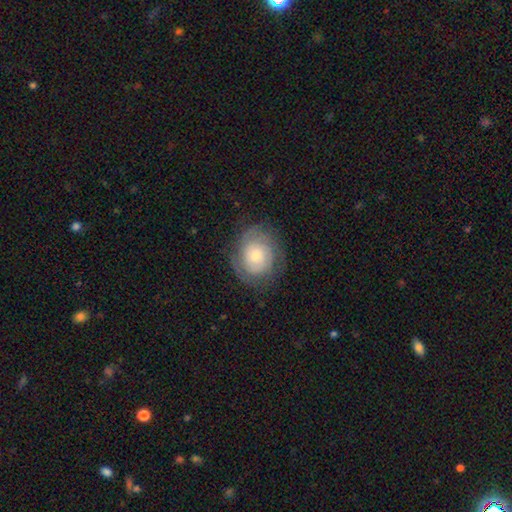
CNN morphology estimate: featured or disk 52%, smooth 40%, star or artifact 8%. Down the decision tree: edge-on disk — no (97%); bar — no (85%); spiral arms — yes (71%); bulge size — small (45%); merging — none (74%).